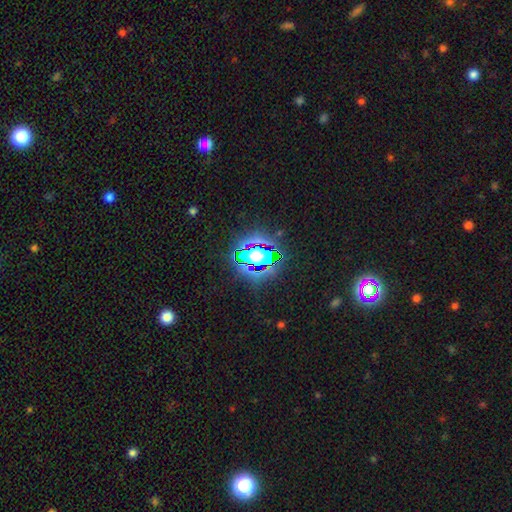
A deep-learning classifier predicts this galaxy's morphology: smooth-or-featured: star or artifact: 64% | smooth: 24% | featured or disk: 12%